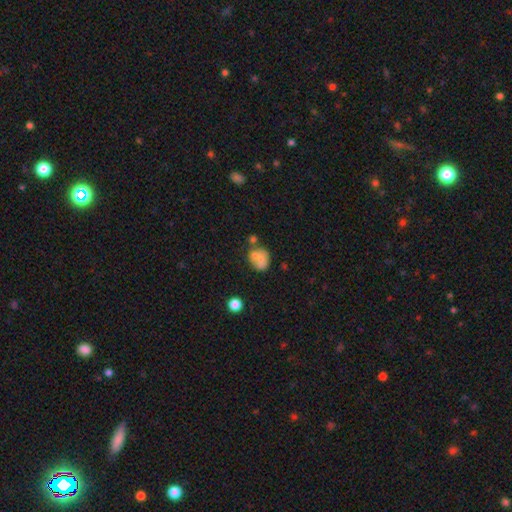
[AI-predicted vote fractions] Q: Smooth or featured?
A: smooth (62%); runner-up: featured or disk (26%)
Q: How rounded?
A: round (56%); runner-up: in between (43%)
Q: Merging?
A: none (39%); runner-up: merger (35%)